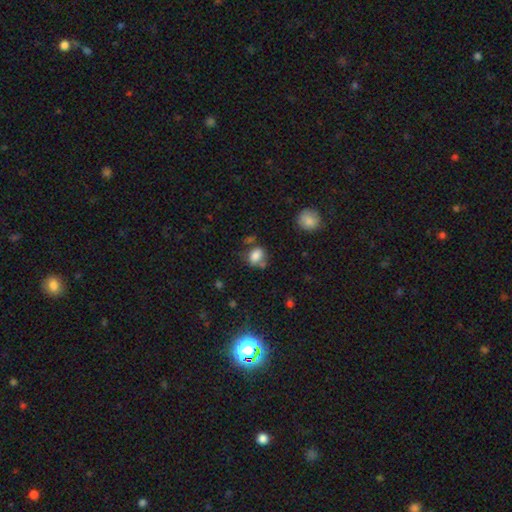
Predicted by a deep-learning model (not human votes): This appears to be a smooth galaxy with no disk features (81%) that is in between round and cigar-shaped (62%). Merging: none (57%).